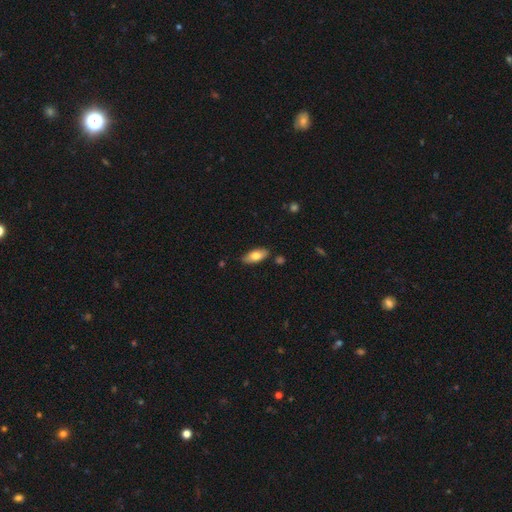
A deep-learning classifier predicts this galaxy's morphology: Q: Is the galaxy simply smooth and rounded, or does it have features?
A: smooth — 72%.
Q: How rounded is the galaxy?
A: in between — 82%.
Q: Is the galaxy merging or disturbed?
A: none — 84%.